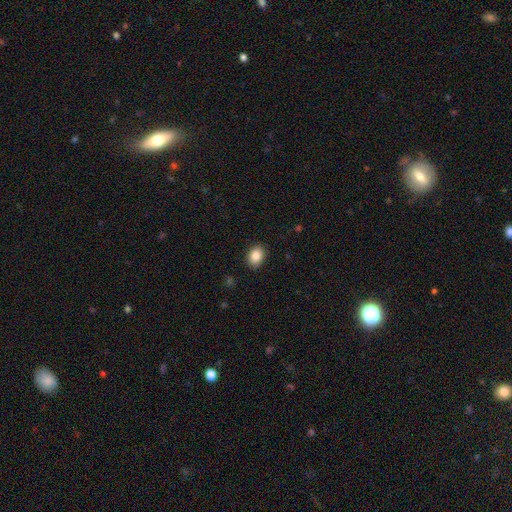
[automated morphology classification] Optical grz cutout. It shows a smooth galaxy with no disk features (87%) that is in between round and cigar-shaped (67%). Merging: none (87%).